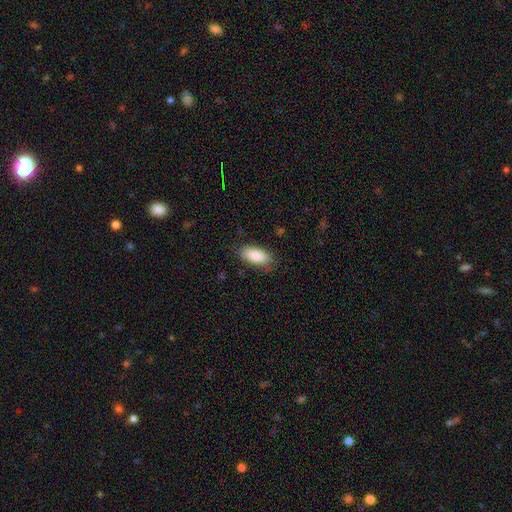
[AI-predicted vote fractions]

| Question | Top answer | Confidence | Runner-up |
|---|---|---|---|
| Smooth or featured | smooth | 87% | star or artifact (6%) |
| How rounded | in between | 87% | cigar-shaped (11%) |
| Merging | none | 80% | minor disturbance (15%) |